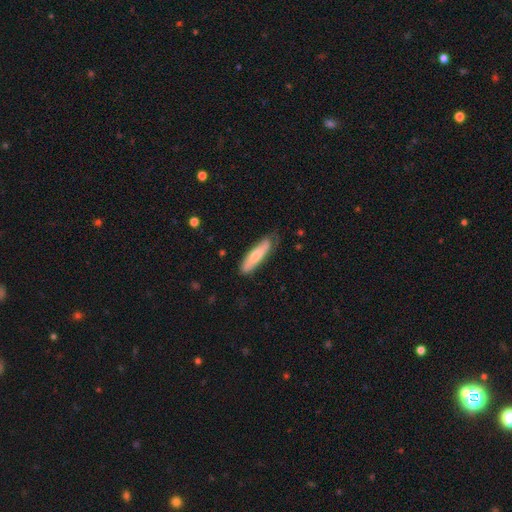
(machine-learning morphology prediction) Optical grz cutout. It shows a smooth galaxy with no disk features (68%) that is cigar-shaped (73%). Merging: none (71%).